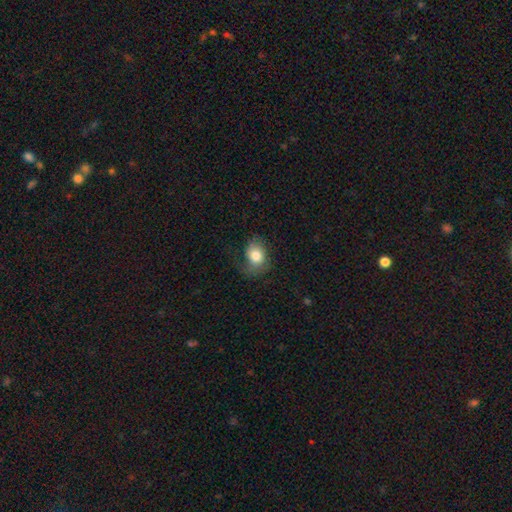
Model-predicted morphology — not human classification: Smooth or featured? smooth (78%)
How rounded? in between (53%)
Merging? none (49%)